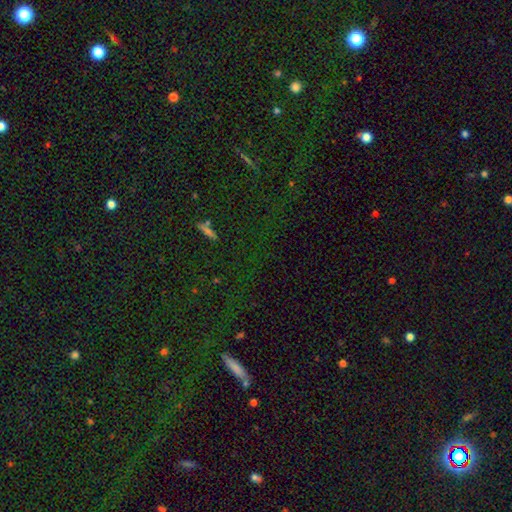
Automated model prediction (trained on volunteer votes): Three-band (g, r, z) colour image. It shows a star or artifact, not a galaxy (68%).